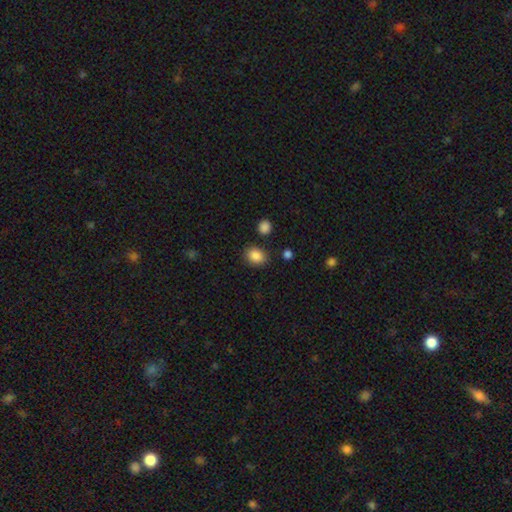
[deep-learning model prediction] Q: Smooth or featured?
A: smooth (87%); runner-up: star or artifact (9%)
Q: How rounded?
A: round (52%); runner-up: in between (47%)
Q: Merging?
A: none (83%); runner-up: minor disturbance (10%)